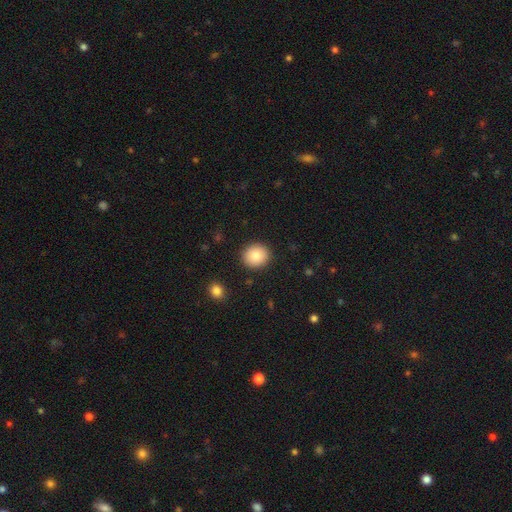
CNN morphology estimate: smooth-or-featured: smooth: 85% | star or artifact: 8% | featured or disk: 6%
  how-rounded: round: 85% | in between: 15% | cigar-shaped: 1%
  merging: none: 90% | minor disturbance: 6% | major disturbance: 2% | merger: 1%